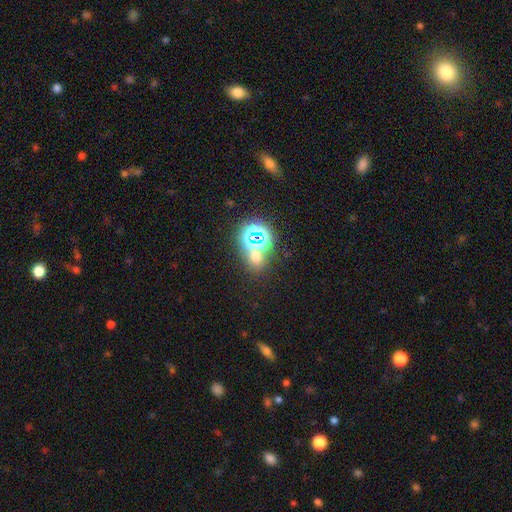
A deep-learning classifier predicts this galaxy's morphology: type=star or artifact (48%).